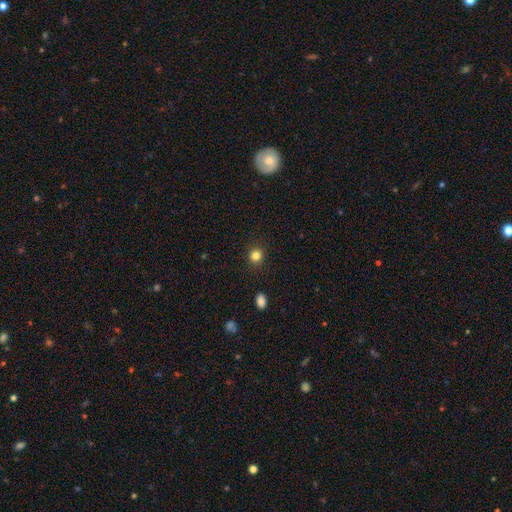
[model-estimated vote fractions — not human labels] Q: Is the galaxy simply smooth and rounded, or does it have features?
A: smooth — 83%.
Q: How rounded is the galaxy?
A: round — 88%.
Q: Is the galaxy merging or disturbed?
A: none — 89%.